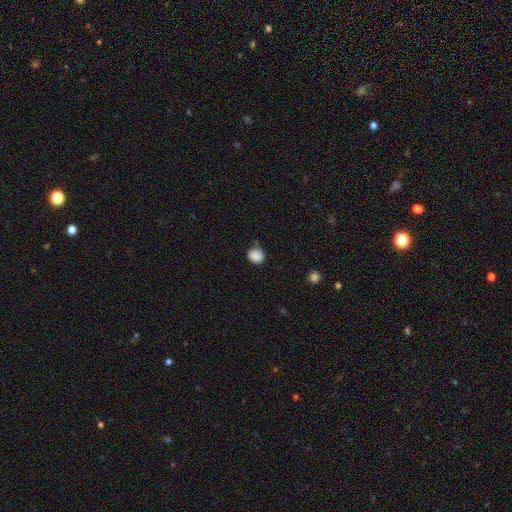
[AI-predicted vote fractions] This is clearly a smooth galaxy (88%). How rounded: likely round (77%). Merging: likely none (74%).